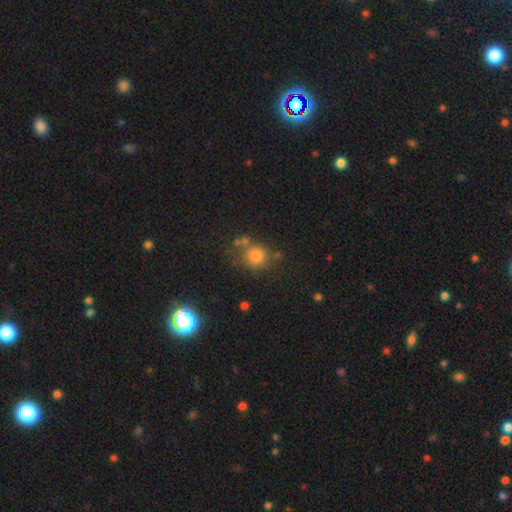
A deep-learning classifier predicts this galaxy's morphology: A smooth galaxy with no disk features (78%) that is round (83%). Merging: none (63%).